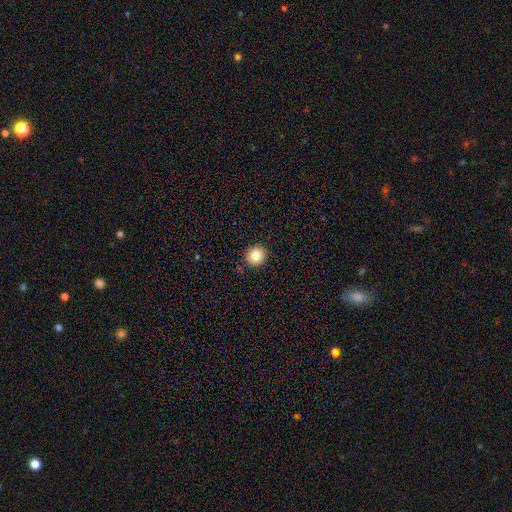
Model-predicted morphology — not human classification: Overall: smooth (84%). How rounded: round (90%). Merging: none (91%).